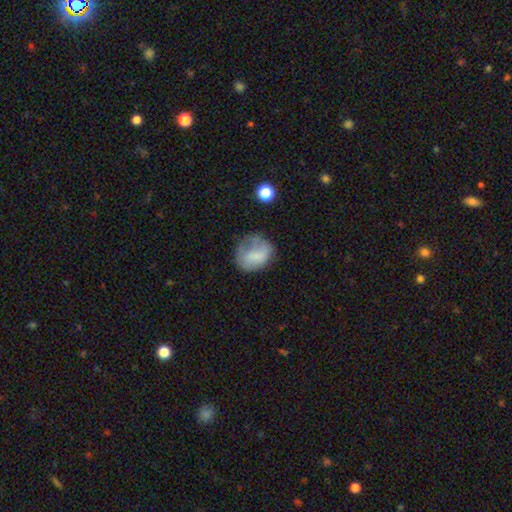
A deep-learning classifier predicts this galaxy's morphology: Smooth or featured: smooth — 68% (featured or disk — 23%)
How rounded: round — 57% (in between — 41%)
Merging: none — 43% (minor disturbance — 29%)